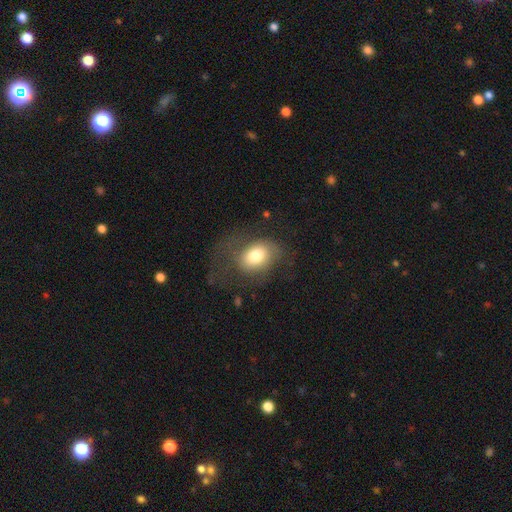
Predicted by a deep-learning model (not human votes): smooth 71%, featured or disk 20%, star or artifact 9%. Down the decision tree: how rounded — in between (67%); merging — none (48%).